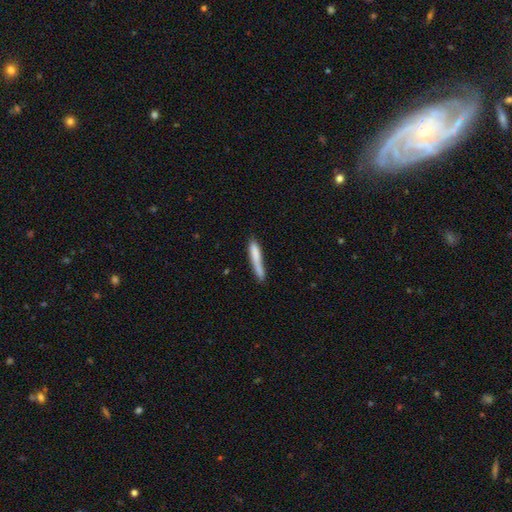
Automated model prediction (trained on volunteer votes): Q: Smooth or featured?
A: smooth (76%); runner-up: featured or disk (17%)
Q: How rounded?
A: cigar-shaped (92%); runner-up: in between (7%)
Q: Merging?
A: none (62%); runner-up: minor disturbance (23%)